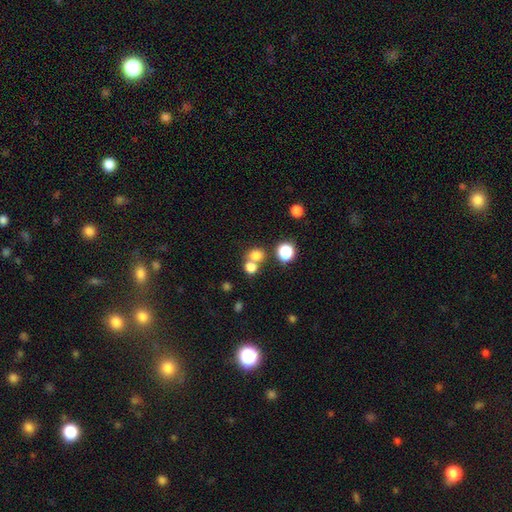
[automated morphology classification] This is likely a smooth galaxy (76%). How rounded: likely round (72%). Merging: possibly none (51%).